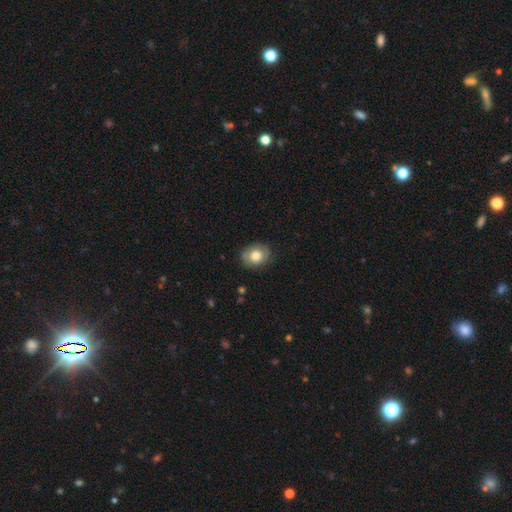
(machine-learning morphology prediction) Smooth or featured? smooth (74%)
How rounded? in between (51%)
Merging? none (79%)